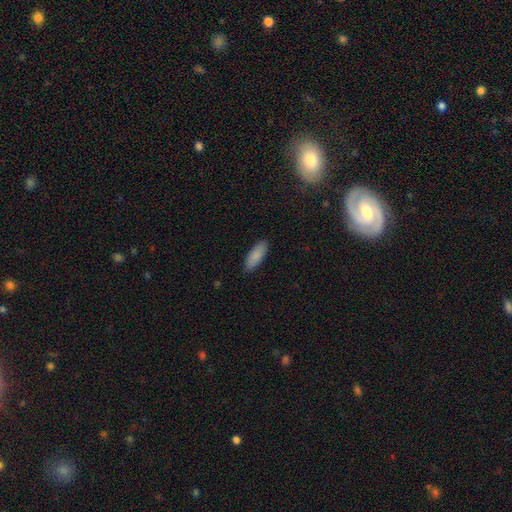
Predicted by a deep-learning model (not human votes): smooth 88%, featured or disk 6%, star or artifact 6%. Down the decision tree: how rounded — in between (72%); merging — none (89%).